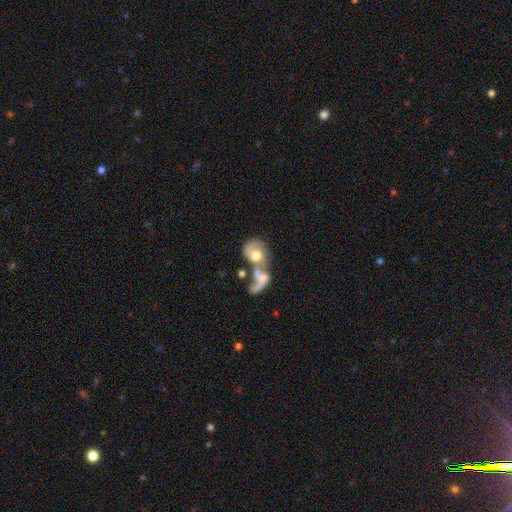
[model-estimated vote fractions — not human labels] smooth_or_featured: featured or disk (p=0.48) [alt: smooth p=0.44]
merging: merger (p=0.69) [alt: major disturbance p=0.16]